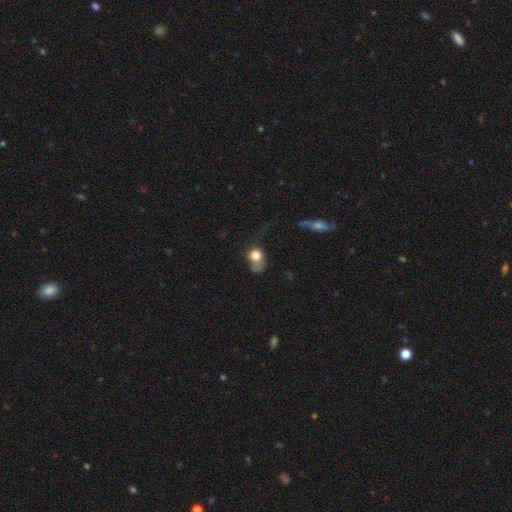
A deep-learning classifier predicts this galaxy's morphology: Smooth or featured? Predicted: smooth (p=0.72). How rounded? Predicted: round (p=0.56). Merging? Predicted: major disturbance (p=0.40).